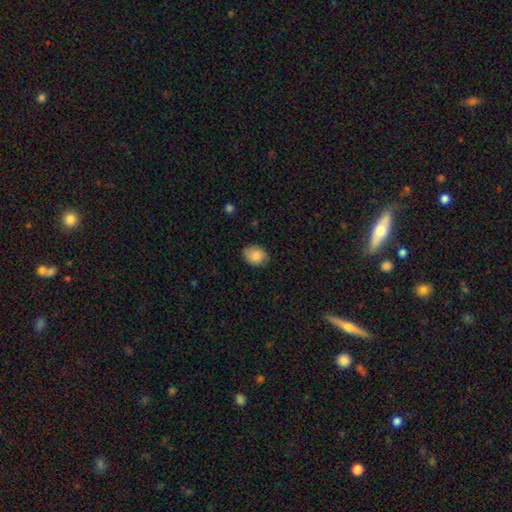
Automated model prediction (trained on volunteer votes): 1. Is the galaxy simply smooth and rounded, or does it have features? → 81% smooth, 11% featured or disk, 7% star or artifact.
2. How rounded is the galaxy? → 59% in between, 40% round, 1% cigar-shaped.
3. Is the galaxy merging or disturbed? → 82% none, 14% minor disturbance, 3% major disturbance, 1% merger.